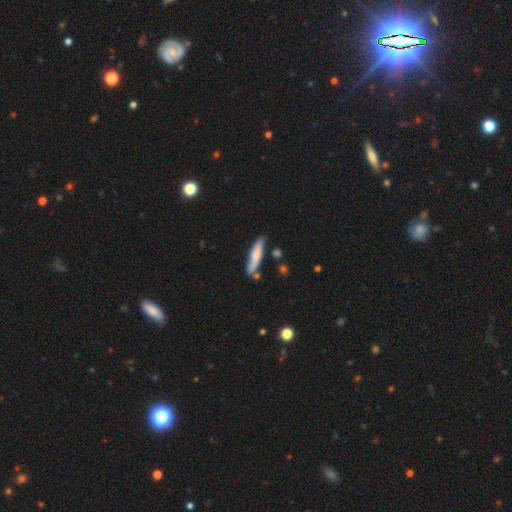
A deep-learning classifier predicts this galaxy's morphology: The model was most divided on "smooth or featured": smooth: 67%, featured or disk: 27%, star or artifact: 6%. More confident: how rounded — cigar-shaped (81%); merging — none (70%).